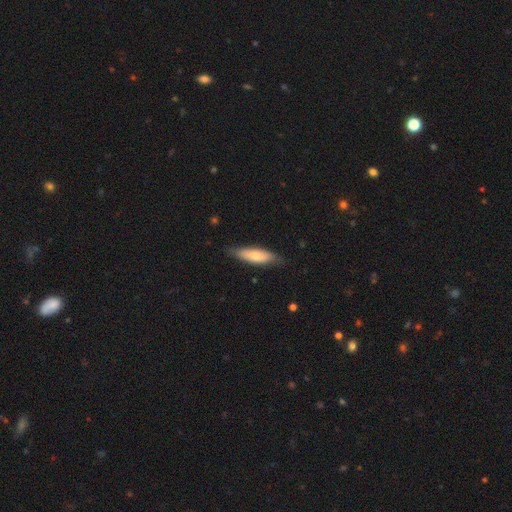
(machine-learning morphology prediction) Smooth or featured?
  - smooth: 72% *
  - featured or disk: 23%
  - star or artifact: 5%
How rounded?
  - cigar-shaped: 55% *
  - in between: 43%
  - round: 2%
Merging?
  - none: 79% *
  - minor disturbance: 17%
  - major disturbance: 3%
  - merger: 1%